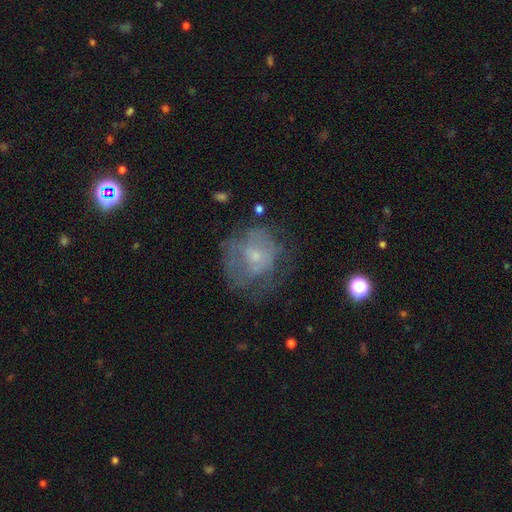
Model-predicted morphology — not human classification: Q: Smooth or featured?
A: featured or disk (53%); runner-up: smooth (36%)
Q: Edge-on disk?
A: no (97%); runner-up: yes (3%)
Q: Bar?
A: no (80%); runner-up: weak (17%)
Q: Spiral arms?
A: no (59%); runner-up: yes (41%)
Q: Bulge size?
A: small (69%); runner-up: moderate (22%)
Q: Merging?
A: none (48%); runner-up: major disturbance (26%)